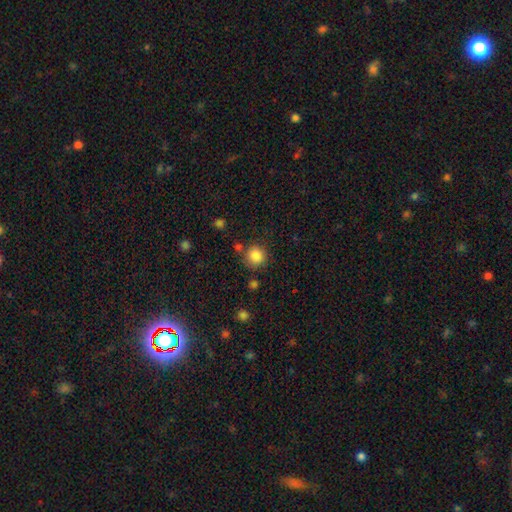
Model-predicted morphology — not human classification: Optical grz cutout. It shows a smooth galaxy with no disk features (86%) that is round (91%). Merging: none (79%).